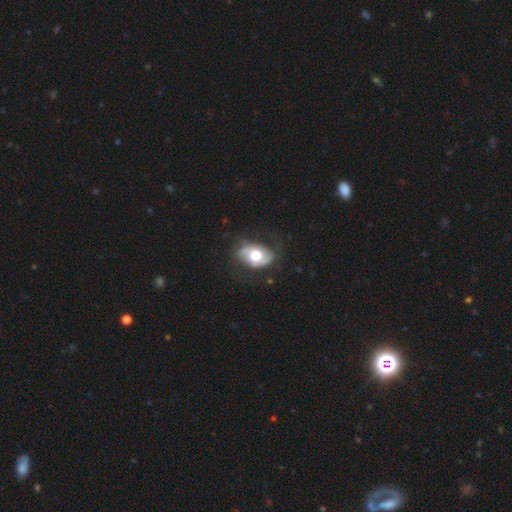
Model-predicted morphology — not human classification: The model was most divided on "bulge size": moderate: 50%, large: 41%, dominant: 5%, small: 3%, none: 1%. More confident: edge-on disk — no (94%); merging — none (69%); spiral arms — yes (68%); bar — no (68%); smooth or featured — featured or disk (61%).